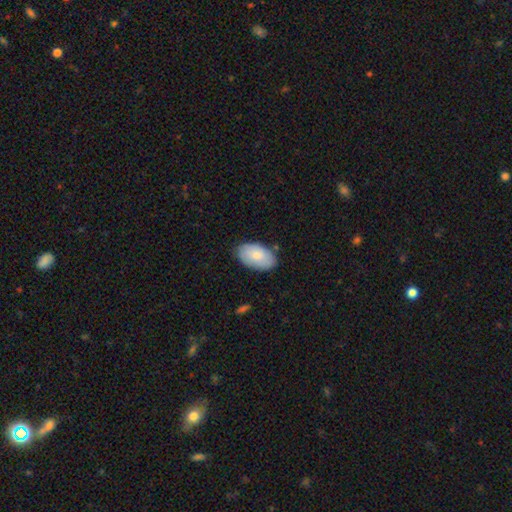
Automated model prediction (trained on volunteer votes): This is likely a smooth galaxy (76%). How rounded: clearly in between (94%). Merging: clearly none (81%).